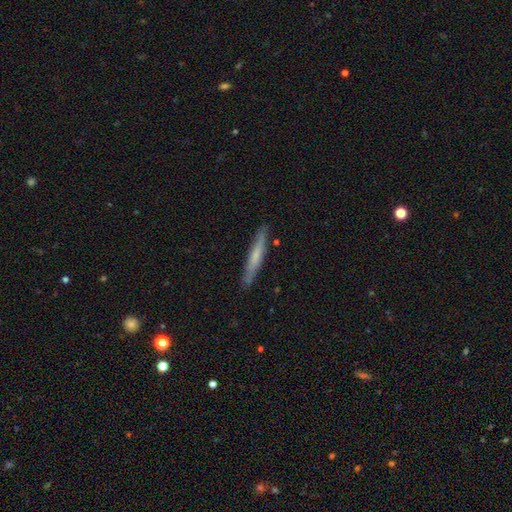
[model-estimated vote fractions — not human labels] Smooth or featured? Predicted: smooth (p=0.53). How rounded? Predicted: cigar-shaped (p=0.95). Merging? Predicted: none (p=0.87).